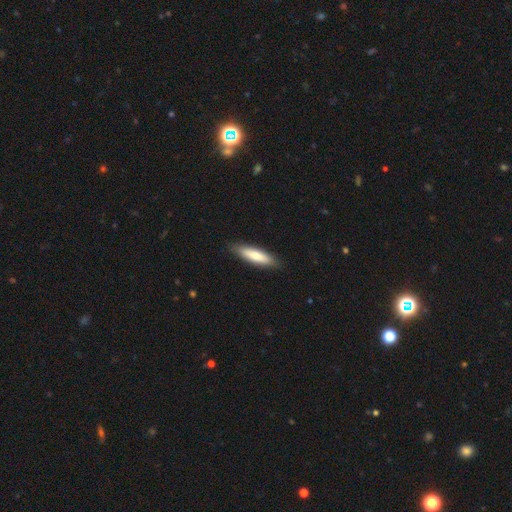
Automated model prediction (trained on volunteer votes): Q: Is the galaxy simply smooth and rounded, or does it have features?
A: smooth — 74%.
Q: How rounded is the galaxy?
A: cigar-shaped — 68%.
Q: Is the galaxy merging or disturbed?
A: none — 88%.